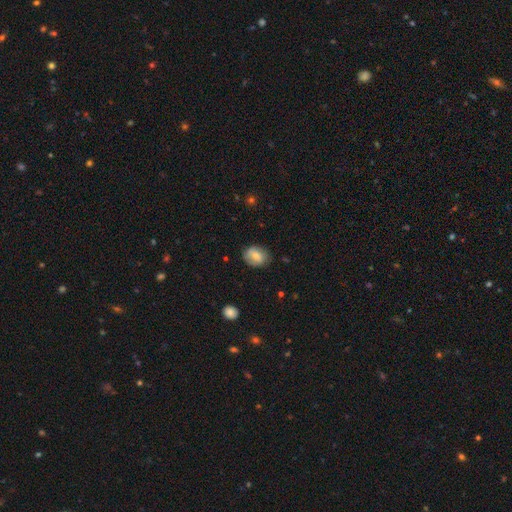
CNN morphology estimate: The model was most divided on "how rounded": in between: 60%, round: 39%, cigar-shaped: 1%. More confident: merging — none (78%); smooth or featured — smooth (70%).